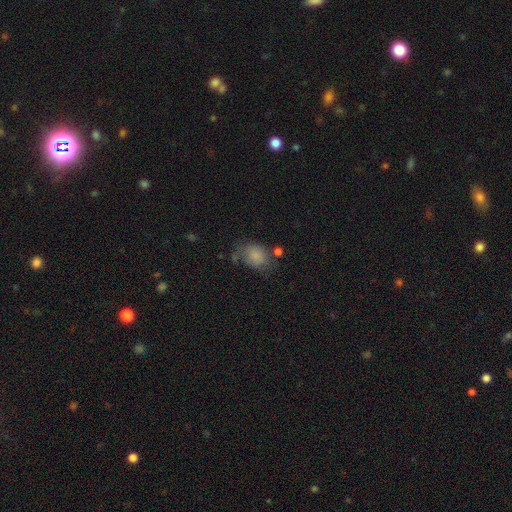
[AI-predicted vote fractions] This appears to be a smooth galaxy with no disk features (80%) that is in between round and cigar-shaped (63%). Merging: none (53%).